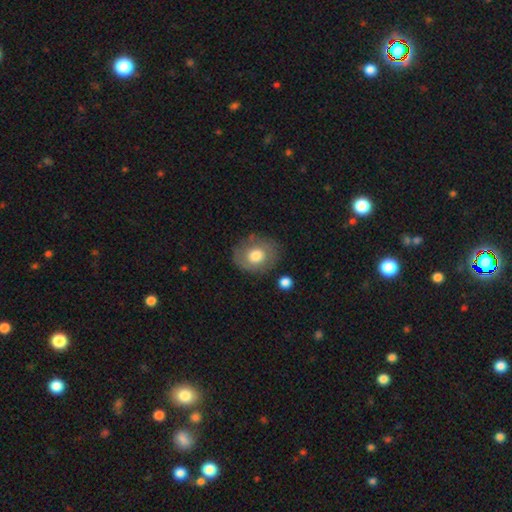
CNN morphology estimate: A smooth galaxy with no disk features (65%) that is round (60%). Merging: none (76%).